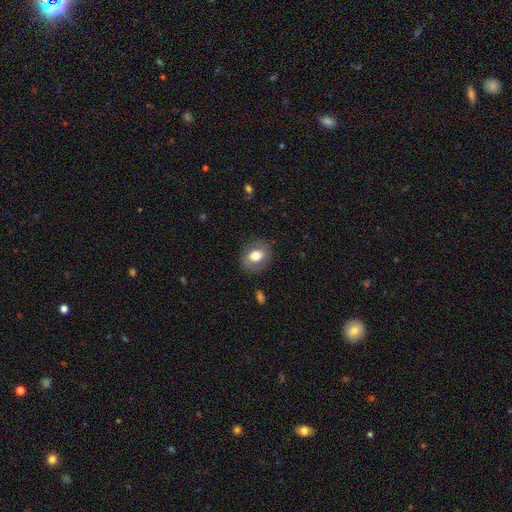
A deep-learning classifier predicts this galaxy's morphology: Overall: smooth (73%). How rounded: round (51%; in between 48%). Merging: none (83%).